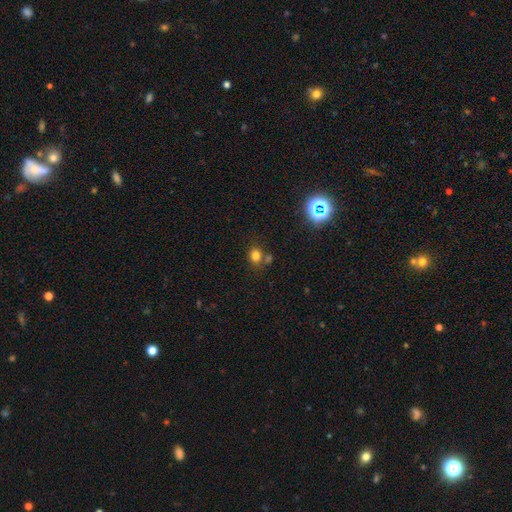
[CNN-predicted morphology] Smooth or featured? Predicted: smooth (p=0.77). How rounded? Predicted: round (p=0.67). Merging? Predicted: none (p=0.64).